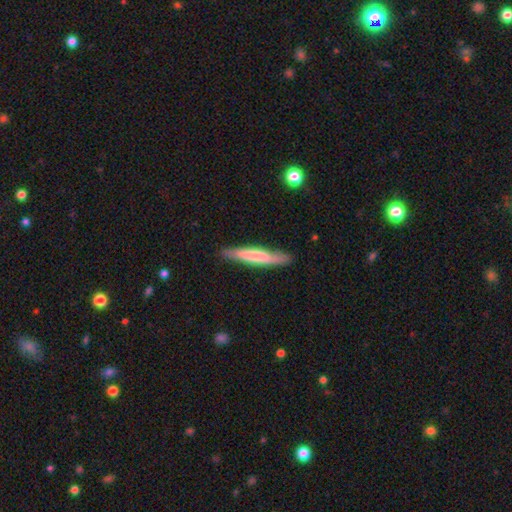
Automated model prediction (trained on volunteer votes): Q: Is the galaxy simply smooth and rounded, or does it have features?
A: smooth — 61%.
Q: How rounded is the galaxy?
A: cigar-shaped — 93%.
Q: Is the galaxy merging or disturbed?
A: none — 85%.